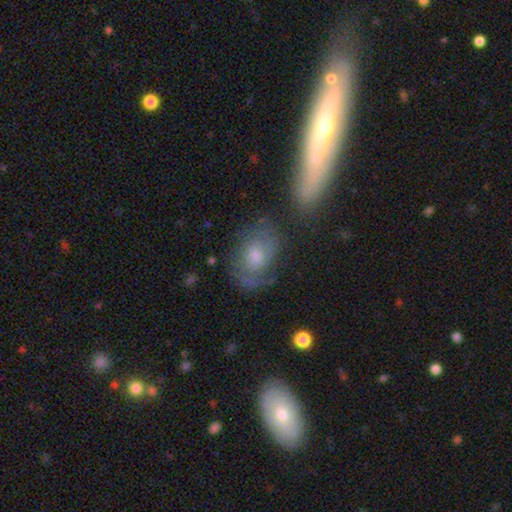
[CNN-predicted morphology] type=featured or disk (60%); edge-on=no (94%); bar=no (74%); spiral arms=yes (78%); bulge=moderate (52%); merging=none (57%).